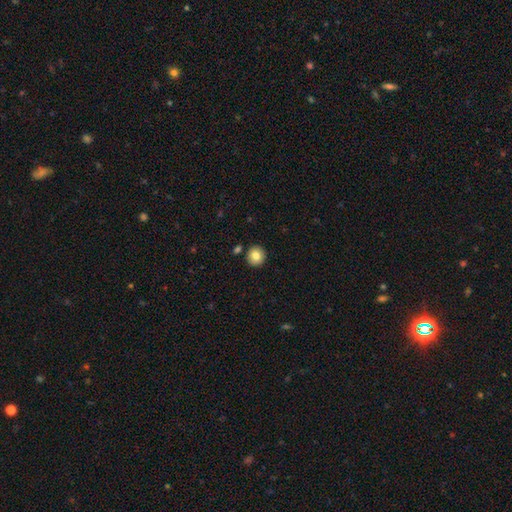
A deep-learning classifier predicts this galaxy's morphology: Smooth or featured? smooth (82%)
How rounded? round (91%)
Merging? none (90%)